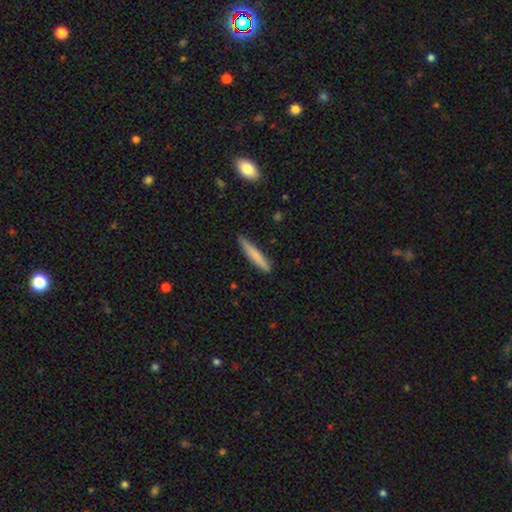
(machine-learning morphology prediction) smooth-or-featured: smooth: 74% | featured or disk: 20% | star or artifact: 6%
  how-rounded: cigar-shaped: 93% | in between: 6% | round: 1%
  merging: none: 84% | minor disturbance: 13% | major disturbance: 2% | merger: 1%